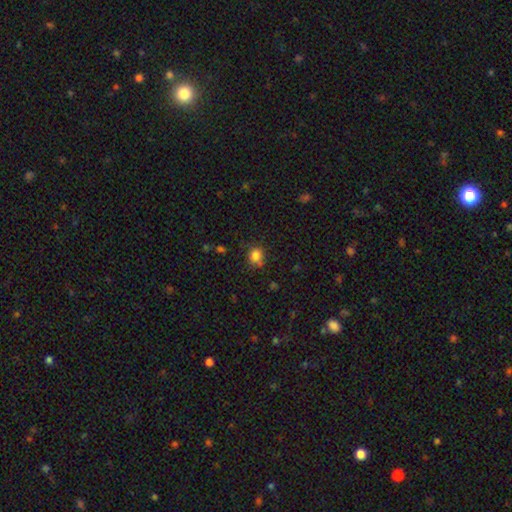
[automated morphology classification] smooth-or-featured: smooth: 81% | star or artifact: 13% | featured or disk: 7%
  how-rounded: round: 81% | in between: 18% | cigar-shaped: 1%
  merging: none: 71% | minor disturbance: 16% | merger: 8% | major disturbance: 4%